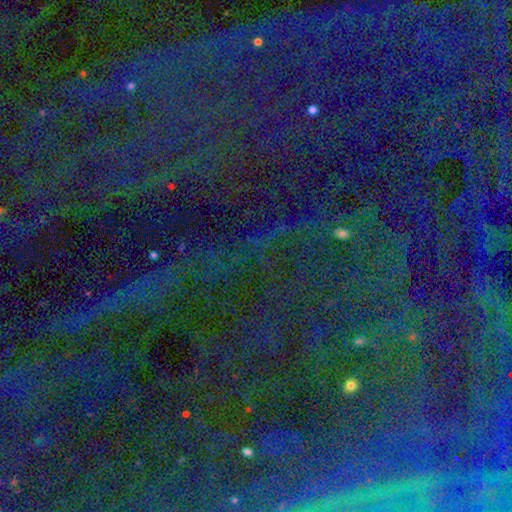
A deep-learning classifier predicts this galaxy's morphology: Smooth or featured: star or artifact — 84% (smooth — 9%)